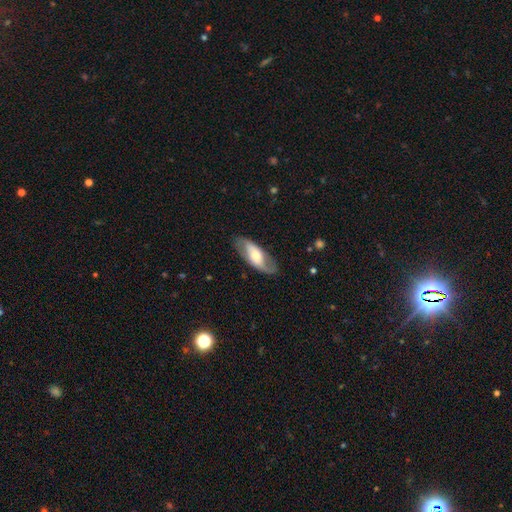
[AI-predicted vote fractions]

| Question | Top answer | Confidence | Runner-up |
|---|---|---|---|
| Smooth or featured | featured or disk | 58% | smooth (37%) |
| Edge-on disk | no | 83% | yes (17%) |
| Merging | none | 79% | minor disturbance (14%) |